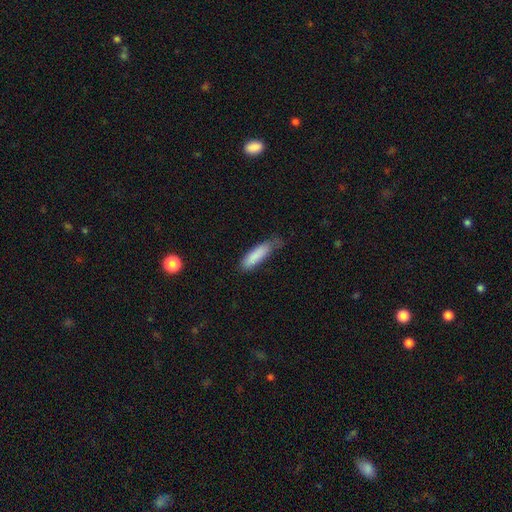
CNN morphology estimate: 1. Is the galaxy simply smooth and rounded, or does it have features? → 86% smooth, 8% featured or disk, 6% star or artifact.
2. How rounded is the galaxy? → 63% cigar-shaped, 35% in between, 1% round.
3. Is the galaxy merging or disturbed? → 52% none, 36% minor disturbance, 10% major disturbance, 2% merger.